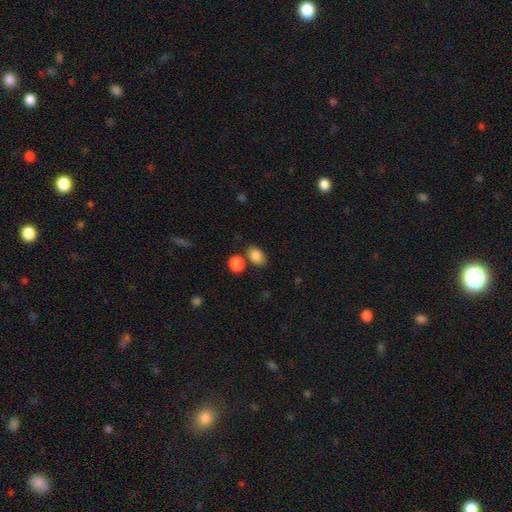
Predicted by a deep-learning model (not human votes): Smooth or featured: smooth — 85% (star or artifact — 9%)
How rounded: in between — 78% (round — 20%)
Merging: none — 72% (merger — 13%)